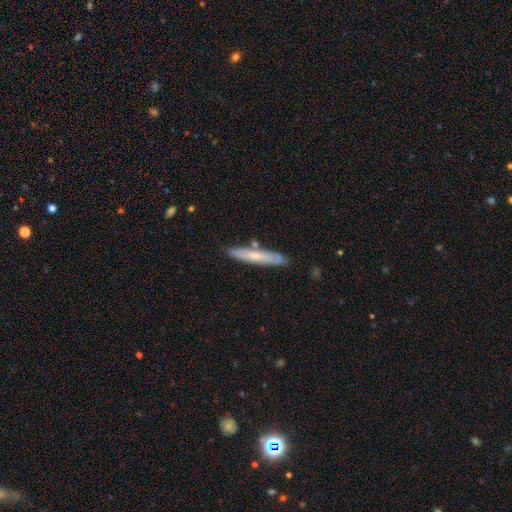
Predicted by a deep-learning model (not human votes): This appears to be a smooth galaxy with no disk features (56%) that is cigar-shaped (92%). Merging: none (81%).